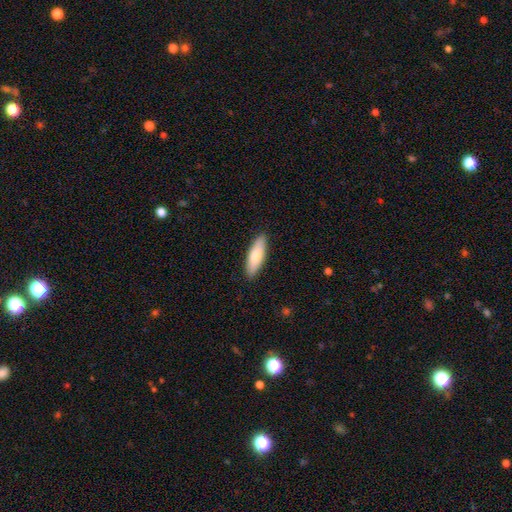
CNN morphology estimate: A smooth galaxy with no disk features (77%) that is in between round and cigar-shaped (50%).

Vote fractions:
- Smooth or featured? smooth: 77% / featured or disk: 17% / star or artifact: 5%
- How rounded? in between: 50% / cigar-shaped: 48% / round: 2%
- Merging? none: 89% / minor disturbance: 8% / major disturbance: 2% / merger: 1%